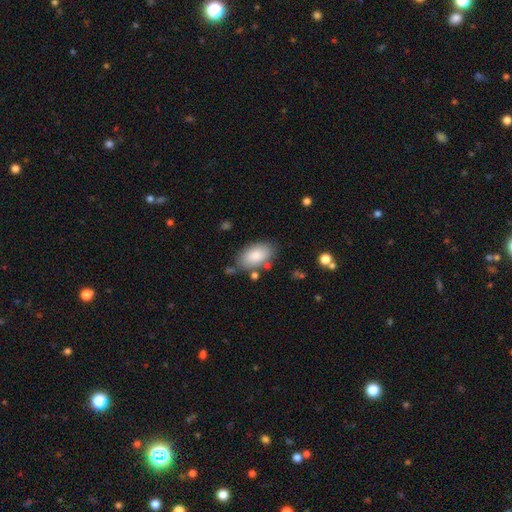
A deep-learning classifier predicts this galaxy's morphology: Smooth or featured?
  - smooth: 85% *
  - featured or disk: 9%
  - star or artifact: 6%
How rounded?
  - in between: 94% *
  - round: 4%
  - cigar-shaped: 2%
Merging?
  - none: 75% *
  - minor disturbance: 15%
  - merger: 5%
  - major disturbance: 4%